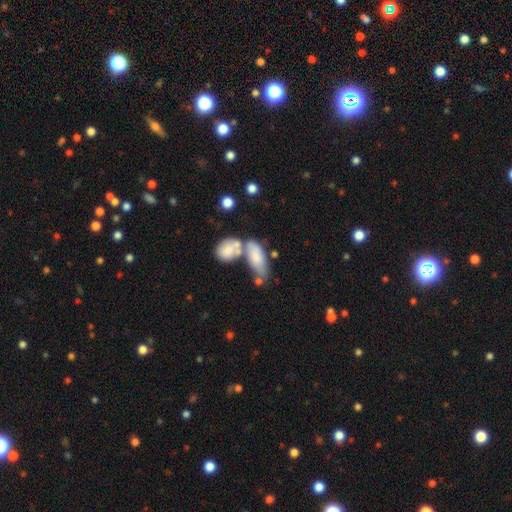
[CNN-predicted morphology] A smooth galaxy with no disk features (75%) that is in between round and cigar-shaped (81%).

Vote fractions:
- Smooth or featured? smooth: 75% / featured or disk: 18% / star or artifact: 7%
- How rounded? in between: 81% / cigar-shaped: 16% / round: 4%
- Merging? merger: 45% / none: 31% / minor disturbance: 16% / major disturbance: 9%